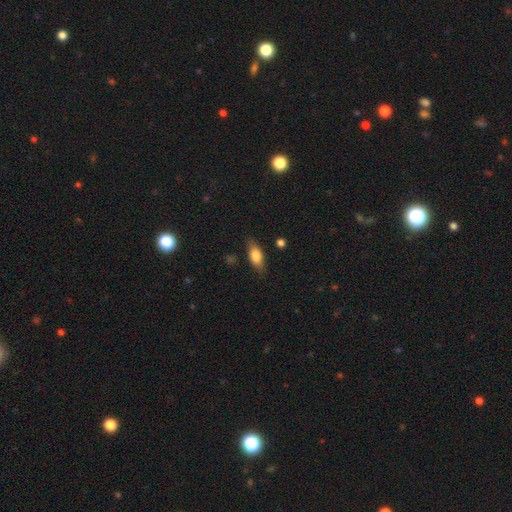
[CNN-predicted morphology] Smooth or featured: smooth — 76% (featured or disk — 17%)
How rounded: in between — 79% (cigar-shaped — 16%)
Merging: none — 79% (minor disturbance — 16%)